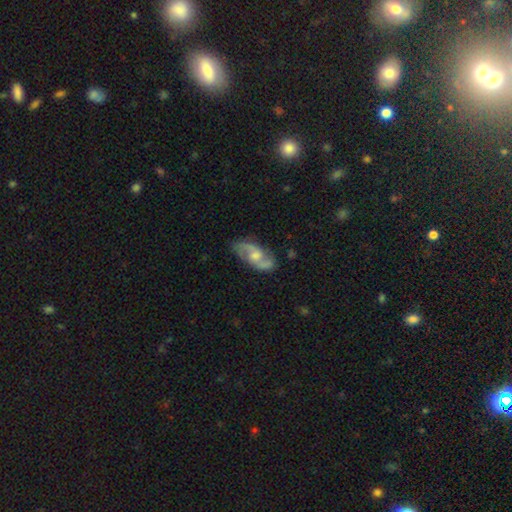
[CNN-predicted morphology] This appears to be a featured or disk galaxy (80%) with no bar (48%), 2 (90%) medium (51%) spiral arms (94%) and a moderate central bulge (54%). Merging: none (77%).